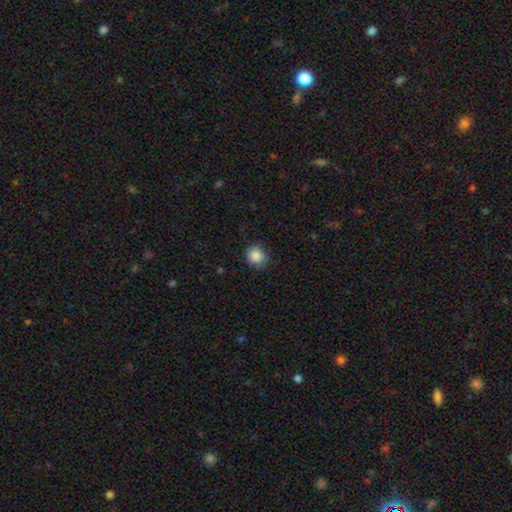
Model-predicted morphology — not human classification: Overall: smooth (87%). How rounded: round (87%). Merging: none (85%).